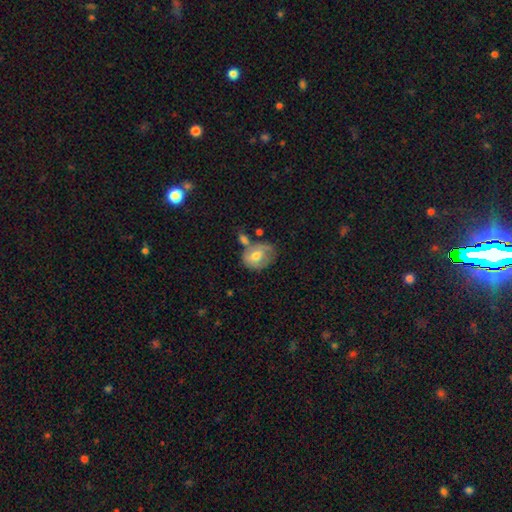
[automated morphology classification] Smooth or featured? smooth (56%)
How rounded? in between (54%)
Merging? none (38%)